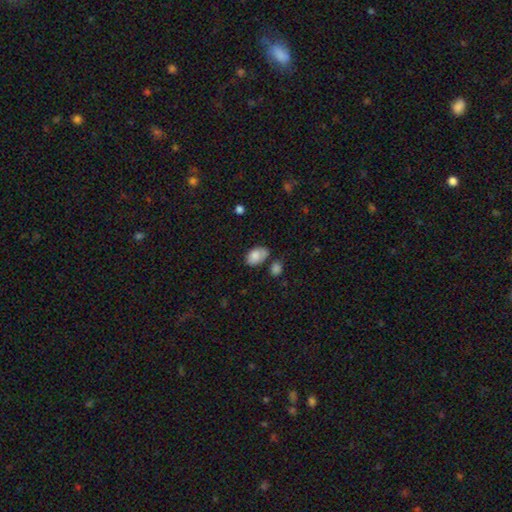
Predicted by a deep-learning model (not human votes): Morphology: type=smooth (82%); roundness=in between (89%); merging=none (51%).